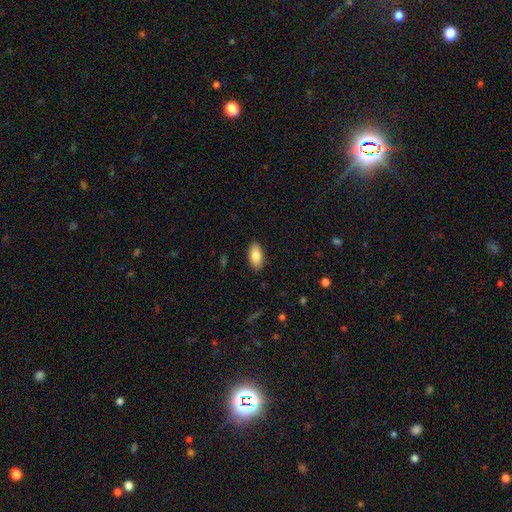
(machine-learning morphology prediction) A smooth galaxy with no disk features (83%) that is in between round and cigar-shaped (93%). Merging: none (88%).